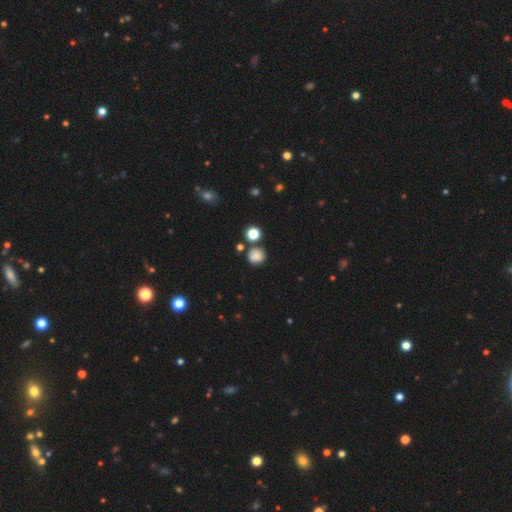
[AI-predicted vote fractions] Overall: smooth (82%). How rounded: round (88%). Merging: none (77%).